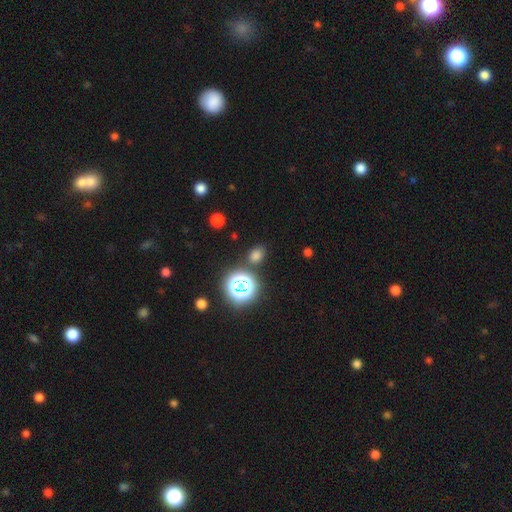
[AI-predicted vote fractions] A smooth galaxy with no disk features (68%) that is in between round and cigar-shaped (51%).

Vote fractions:
- Smooth or featured? smooth: 68% / star or artifact: 27% / featured or disk: 6%
- How rounded? in between: 51% / round: 47% / cigar-shaped: 1%
- Merging? none: 80% / minor disturbance: 11% / merger: 5% / major disturbance: 4%